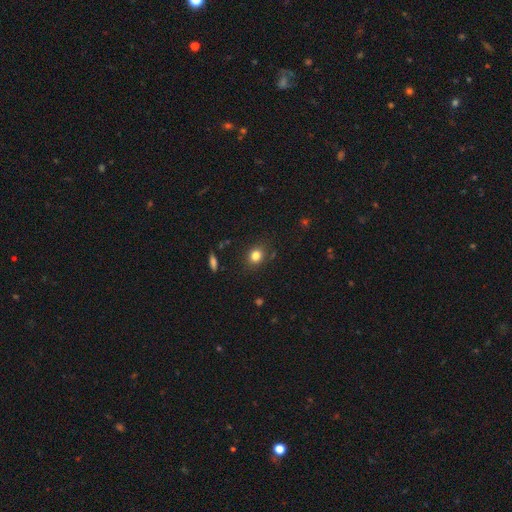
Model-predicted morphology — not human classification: type=smooth (81%); roundness=round (67%); merging=none (85%).